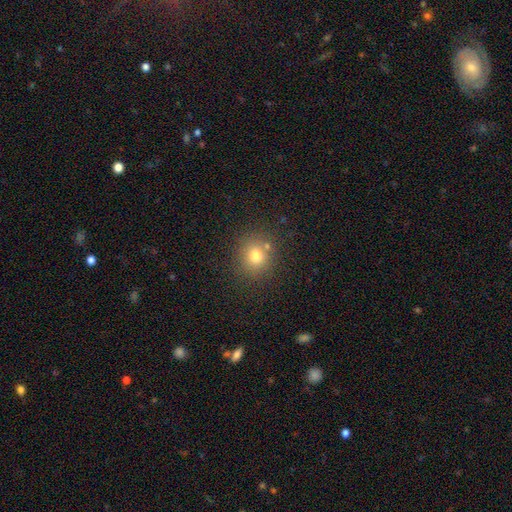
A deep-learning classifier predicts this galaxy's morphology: The model was most divided on "smooth or featured": smooth: 75%, star or artifact: 16%, featured or disk: 10%. More confident: how rounded — round (82%); merging — none (77%).